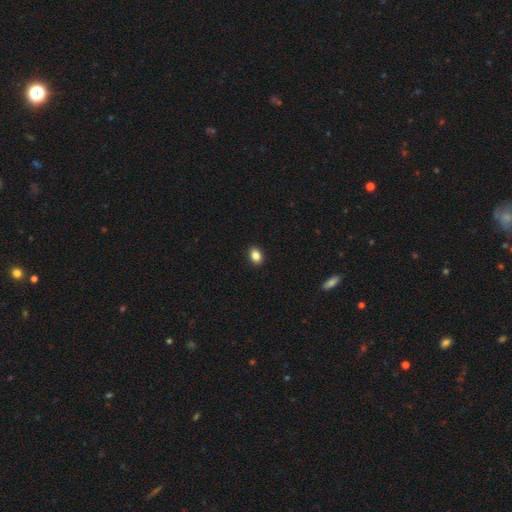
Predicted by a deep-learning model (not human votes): A smooth galaxy with no disk features (86%) that is in between round and cigar-shaped (72%).

Vote fractions:
- Smooth or featured? smooth: 86% / star or artifact: 9% / featured or disk: 5%
- How rounded? in between: 72% / round: 27% / cigar-shaped: 1%
- Merging? none: 91% / minor disturbance: 6% / major disturbance: 2% / merger: 1%